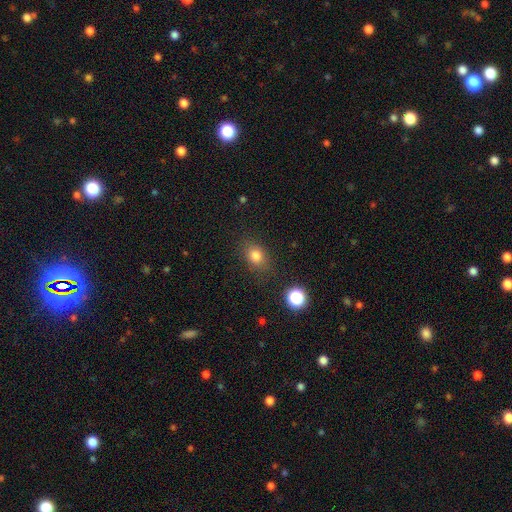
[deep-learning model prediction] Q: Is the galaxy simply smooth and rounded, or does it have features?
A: smooth — 79%.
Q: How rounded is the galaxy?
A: in between — 54%.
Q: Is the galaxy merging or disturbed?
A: none — 81%.